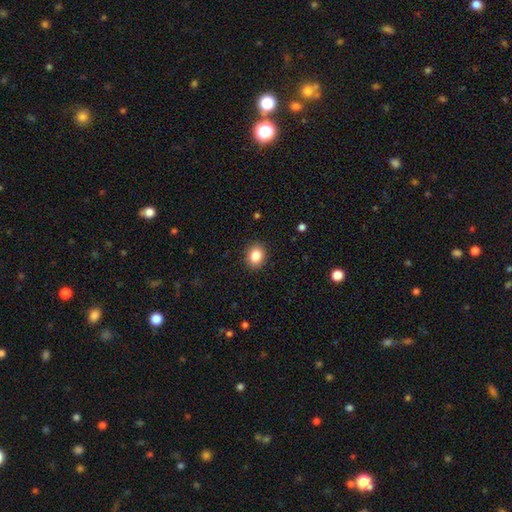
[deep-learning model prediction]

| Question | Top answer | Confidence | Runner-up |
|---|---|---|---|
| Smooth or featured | smooth | 85% | star or artifact (9%) |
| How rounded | round | 54% | in between (45%) |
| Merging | none | 90% | minor disturbance (7%) |